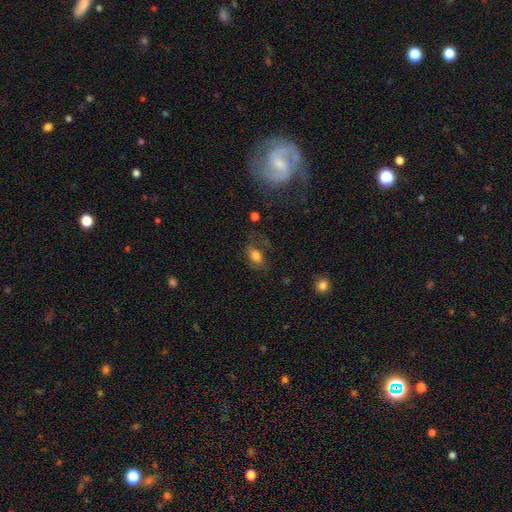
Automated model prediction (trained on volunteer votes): This is likely a smooth galaxy (68%). How rounded: clearly in between (84%). Merging: possibly none (54%).